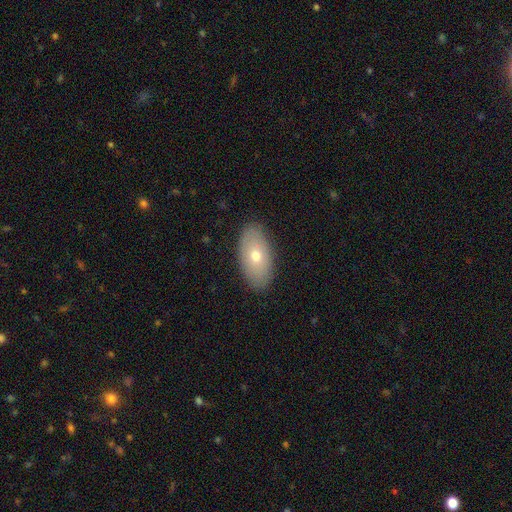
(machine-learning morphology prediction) Smooth or featured?
  - smooth: 65% *
  - featured or disk: 28%
  - star or artifact: 7%
How rounded?
  - in between: 93% *
  - round: 4%
  - cigar-shaped: 2%
Merging?
  - none: 88% *
  - minor disturbance: 9%
  - major disturbance: 2%
  - merger: 1%